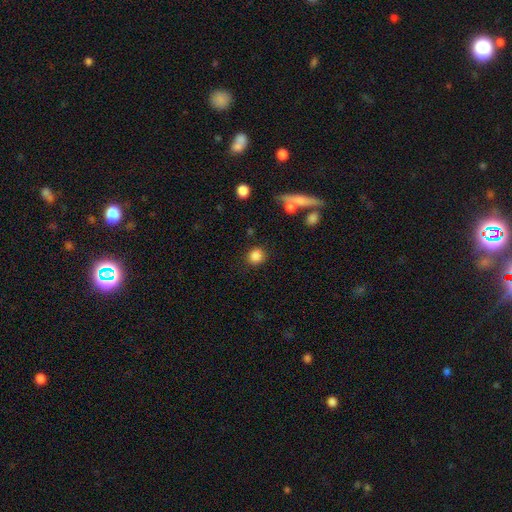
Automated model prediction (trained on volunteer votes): Morphology: type=smooth (84%); roundness=round (78%); merging=none (79%).